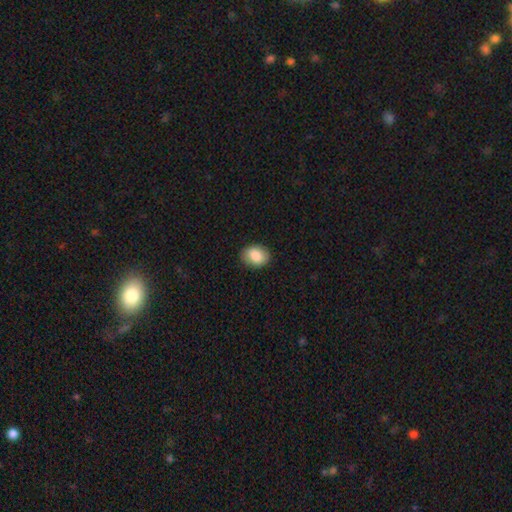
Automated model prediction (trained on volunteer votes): Overall: smooth (85%). How rounded: in between (59%; round 40%). Merging: none (88%).